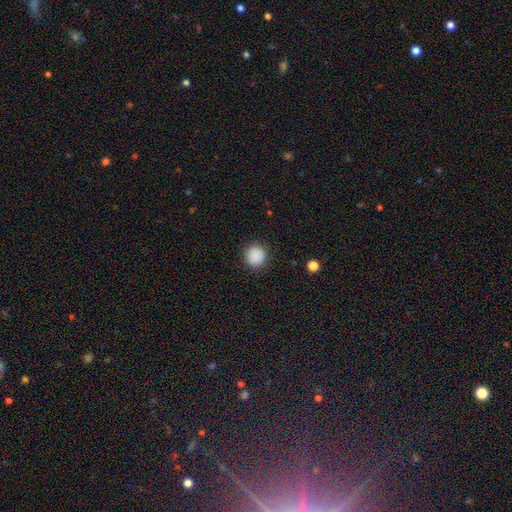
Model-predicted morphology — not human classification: Smooth or featured?
  - smooth: 88% *
  - star or artifact: 9%
  - featured or disk: 3%
How rounded?
  - round: 94% *
  - in between: 5%
  - cigar-shaped: 1%
Merging?
  - none: 91% *
  - minor disturbance: 6%
  - major disturbance: 2%
  - merger: 1%